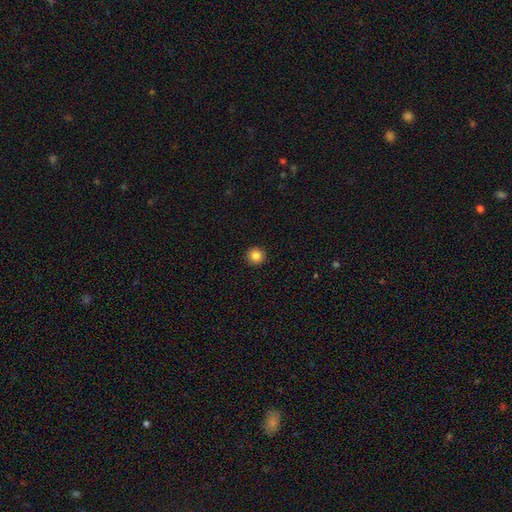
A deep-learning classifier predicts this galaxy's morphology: smooth-or-featured: smooth: 86% | star or artifact: 10% | featured or disk: 4%
  how-rounded: round: 95% | in between: 4% | cigar-shaped: 1%
  merging: none: 93% | minor disturbance: 4% | major disturbance: 2% | merger: 1%